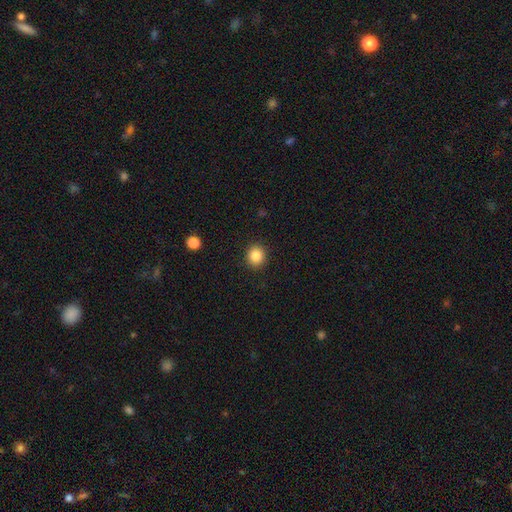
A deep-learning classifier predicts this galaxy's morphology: This appears to be a smooth galaxy with no disk features (86%) that is round (85%). Merging: none (90%).